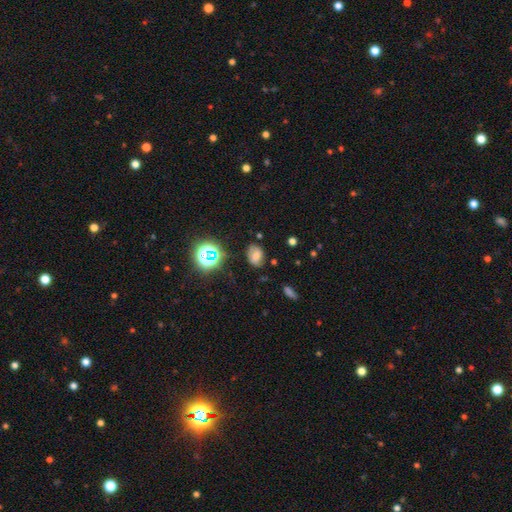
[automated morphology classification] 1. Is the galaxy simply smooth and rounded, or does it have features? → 57% smooth, 22% featured or disk, 21% star or artifact.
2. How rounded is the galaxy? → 72% in between, 26% round, 1% cigar-shaped.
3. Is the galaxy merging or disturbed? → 74% none, 18% minor disturbance, 5% major disturbance, 3% merger.